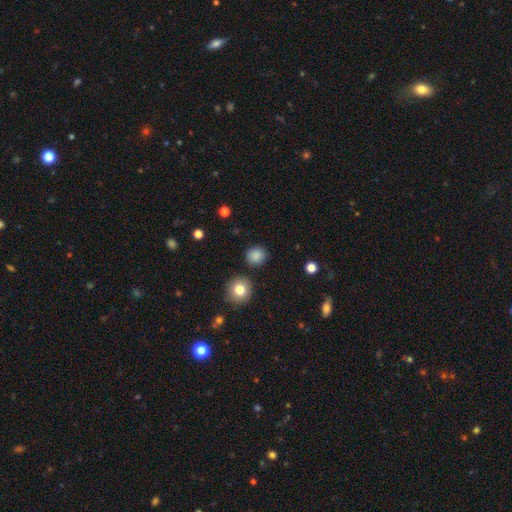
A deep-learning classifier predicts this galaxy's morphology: A smooth galaxy with no disk features (85%) that is round (89%). Merging: none (88%).